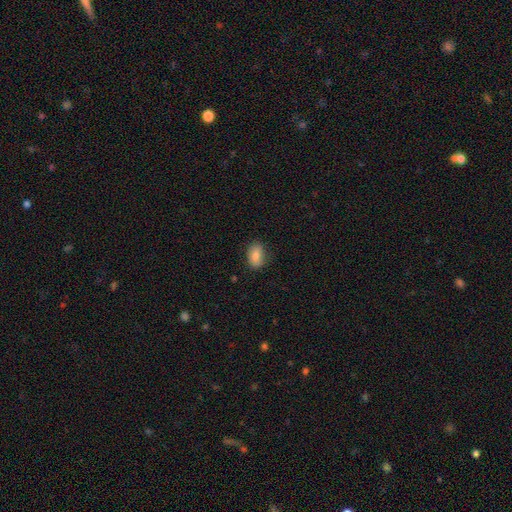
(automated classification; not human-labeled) Smooth or featured?
  - smooth: 83% *
  - featured or disk: 9%
  - star or artifact: 8%
How rounded?
  - in between: 87% *
  - round: 11%
  - cigar-shaped: 2%
Merging?
  - none: 81% *
  - minor disturbance: 15%
  - major disturbance: 3%
  - merger: 1%